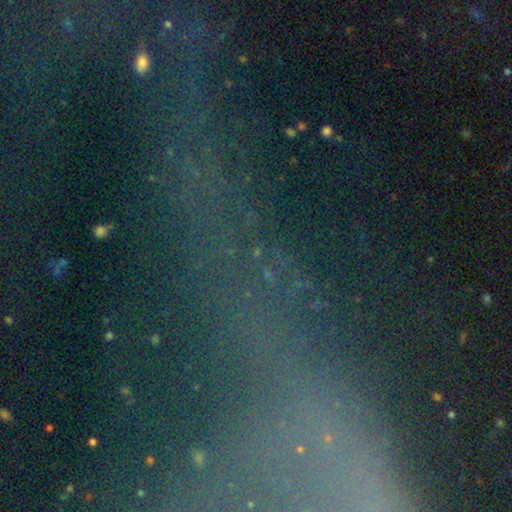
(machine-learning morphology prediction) Smooth or featured?
  - star or artifact: 70% *
  - smooth: 16%
  - featured or disk: 14%